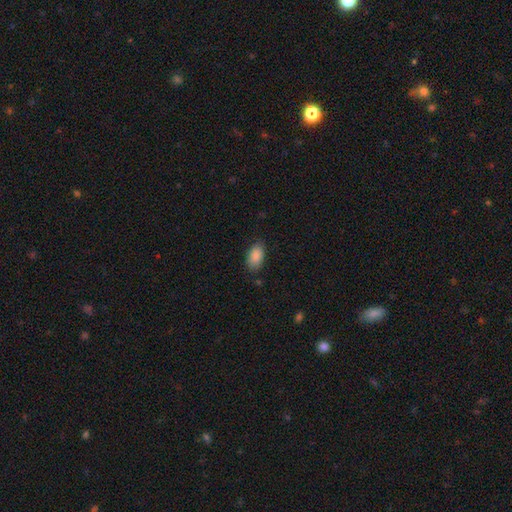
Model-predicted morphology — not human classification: Smooth or featured? Predicted: smooth (p=0.88). How rounded? Predicted: in between (p=0.93). Merging? Predicted: none (p=0.81).